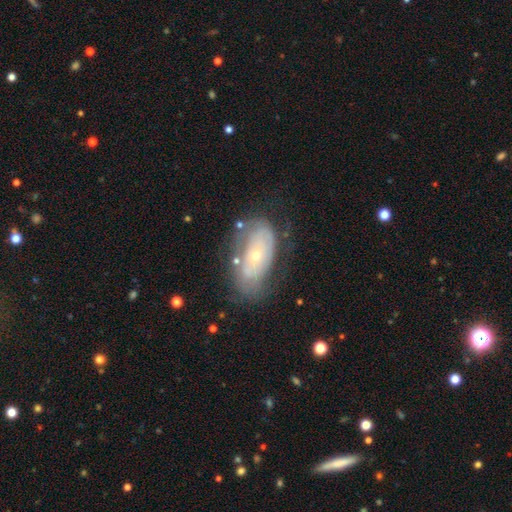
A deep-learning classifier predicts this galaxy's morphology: Q: Smooth or featured?
A: featured or disk (62%); runner-up: smooth (30%)
Q: Edge-on disk?
A: no (90%); runner-up: yes (10%)
Q: Bar?
A: no (86%); runner-up: weak (10%)
Q: Spiral arms?
A: no (55%); runner-up: yes (45%)
Q: Bulge size?
A: small (62%); runner-up: moderate (35%)
Q: Merging?
A: none (58%); runner-up: minor disturbance (24%)